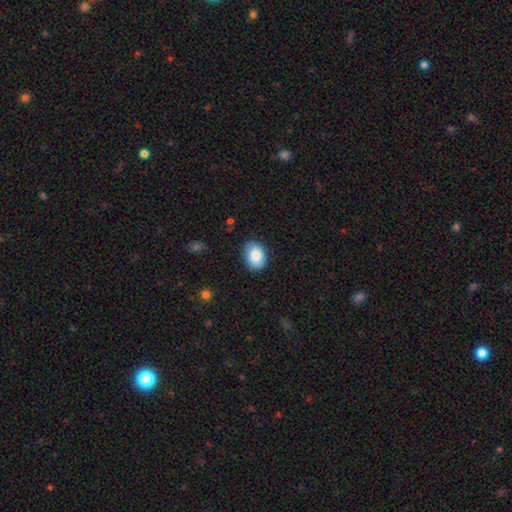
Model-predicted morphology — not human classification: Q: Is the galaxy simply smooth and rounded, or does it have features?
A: smooth — 86%.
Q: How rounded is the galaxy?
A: in between — 76%.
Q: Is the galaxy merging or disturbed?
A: none — 82%.